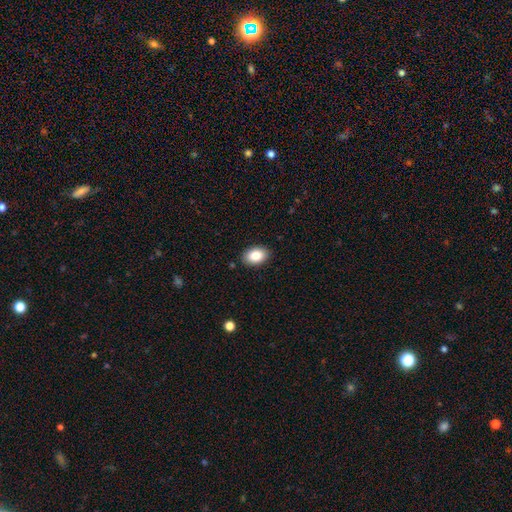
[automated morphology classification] A smooth galaxy with no disk features (86%) that is in between round and cigar-shaped (87%).

Vote fractions:
- Smooth or featured? smooth: 86% / star or artifact: 7% / featured or disk: 6%
- How rounded? in between: 87% / round: 12% / cigar-shaped: 1%
- Merging? none: 88% / minor disturbance: 9% / major disturbance: 2% / merger: 1%